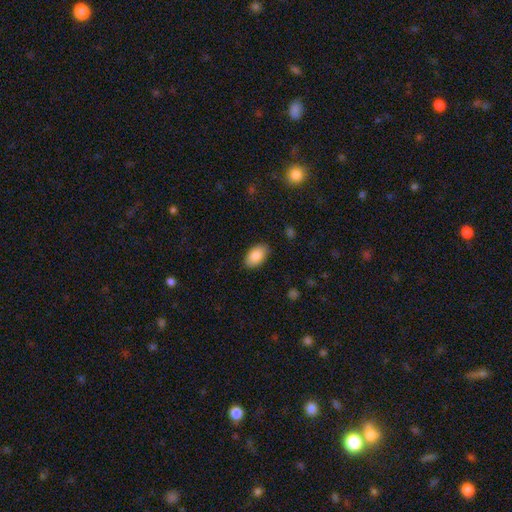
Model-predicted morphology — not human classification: smooth_or_featured: smooth (p=0.86) [alt: featured or disk p=0.07]
how_rounded: in between (p=0.94) [alt: round p=0.04]
merging: none (p=0.87) [alt: minor disturbance p=0.09]